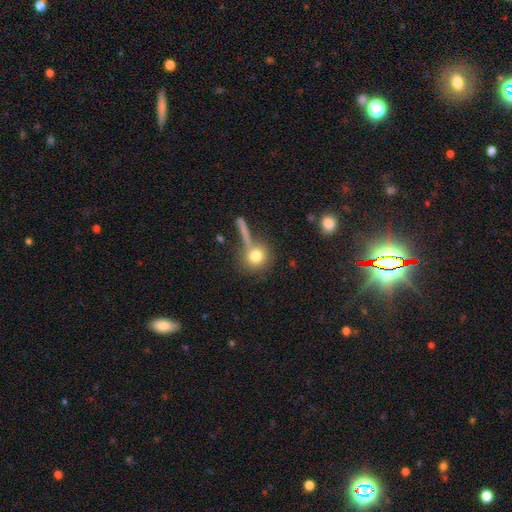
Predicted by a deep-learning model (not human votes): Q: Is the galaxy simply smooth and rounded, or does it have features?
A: smooth — 77%.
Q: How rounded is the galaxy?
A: round — 88%.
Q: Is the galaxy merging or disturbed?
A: none — 61%.